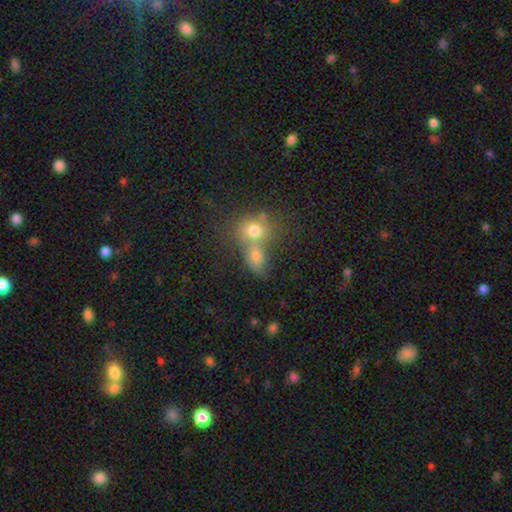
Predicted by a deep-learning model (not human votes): Smooth or featured?
  - smooth: 70% *
  - featured or disk: 15%
  - star or artifact: 15%
How rounded?
  - in between: 55% *
  - round: 42%
  - cigar-shaped: 3%
Merging?
  - merger: 63% *
  - none: 26%
  - minor disturbance: 7%
  - major disturbance: 5%